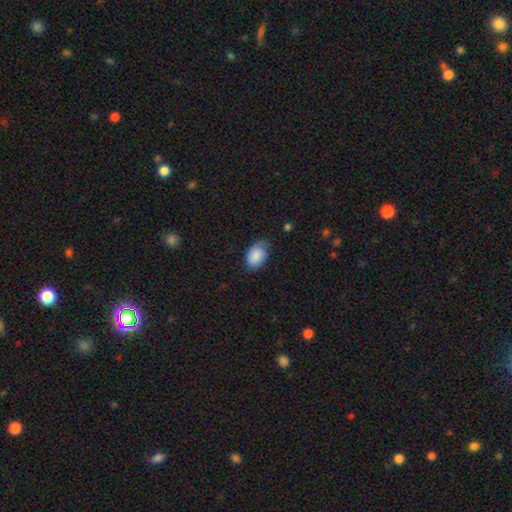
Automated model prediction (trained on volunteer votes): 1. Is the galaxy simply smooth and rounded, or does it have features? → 82% smooth, 11% featured or disk, 7% star or artifact.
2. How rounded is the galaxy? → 85% in between, 14% round, 1% cigar-shaped.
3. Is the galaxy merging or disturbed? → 60% none, 31% minor disturbance, 7% major disturbance, 2% merger.